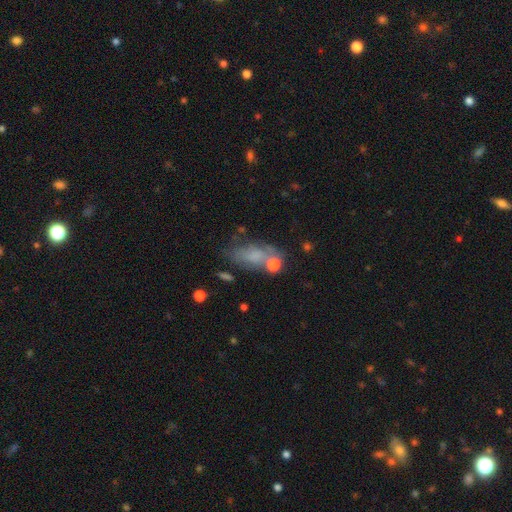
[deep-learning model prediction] This is possibly a smooth galaxy (56%). How rounded: likely in between (80%). Merging: possibly none (48%).